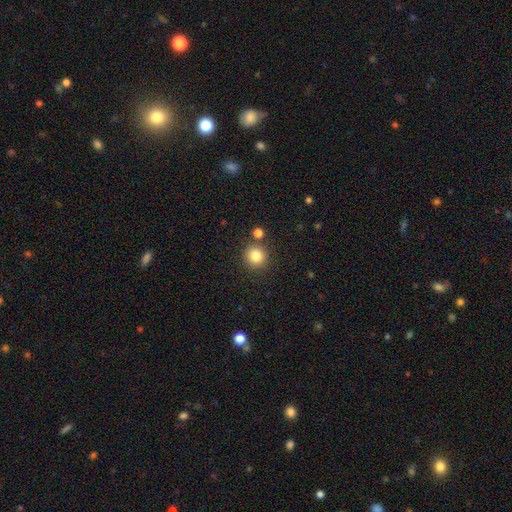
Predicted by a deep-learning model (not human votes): This is clearly a smooth galaxy (84%). How rounded: clearly round (91%). Merging: clearly none (82%).